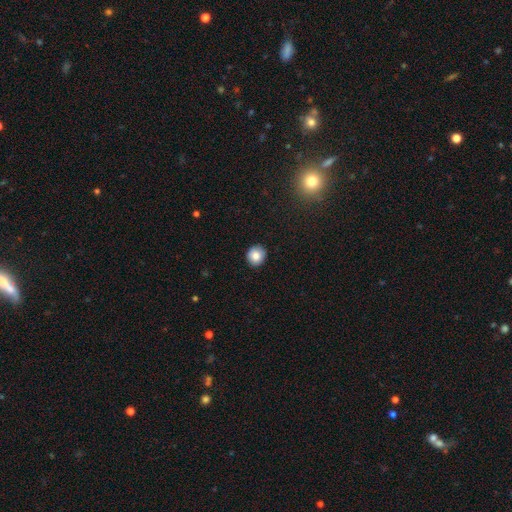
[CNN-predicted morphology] Q: Smooth or featured?
A: smooth (84%); runner-up: star or artifact (9%)
Q: How rounded?
A: round (87%); runner-up: in between (12%)
Q: Merging?
A: none (89%); runner-up: minor disturbance (8%)